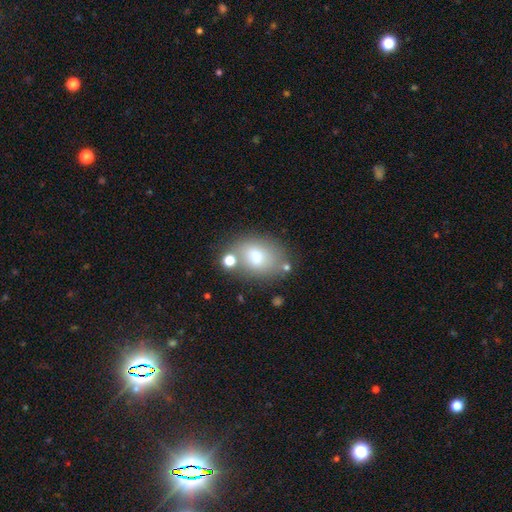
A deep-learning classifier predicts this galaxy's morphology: A smooth galaxy with no disk features (69%) that is in between round and cigar-shaped (67%).

Vote fractions:
- Smooth or featured? smooth: 69% / featured or disk: 20% / star or artifact: 12%
- How rounded? in between: 67% / round: 32% / cigar-shaped: 1%
- Merging? none: 69% / minor disturbance: 15% / merger: 11% / major disturbance: 6%